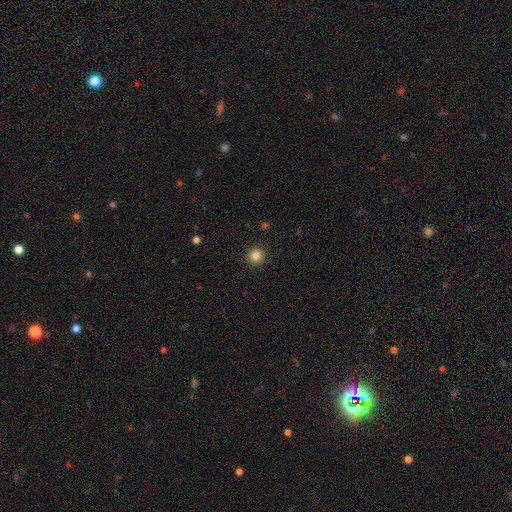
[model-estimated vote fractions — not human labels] smooth-or-featured: smooth: 83% | star or artifact: 12% | featured or disk: 5%
  how-rounded: round: 95% | in between: 4% | cigar-shaped: 1%
  merging: none: 92% | minor disturbance: 5% | major disturbance: 2% | merger: 1%